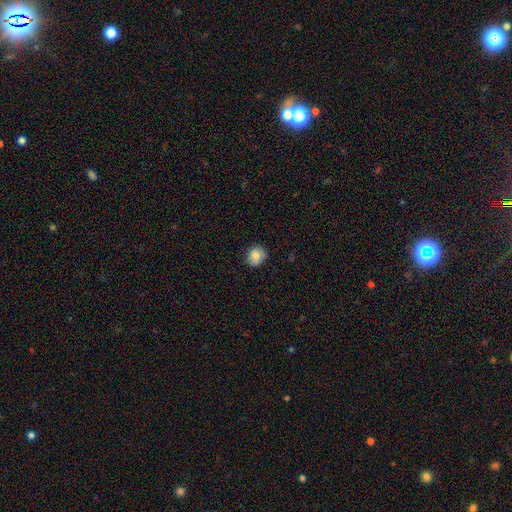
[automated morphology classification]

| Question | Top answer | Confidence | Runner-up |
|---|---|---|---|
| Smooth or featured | smooth | 82% | featured or disk (9%) |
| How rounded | round | 68% | in between (31%) |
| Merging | none | 74% | minor disturbance (20%) |